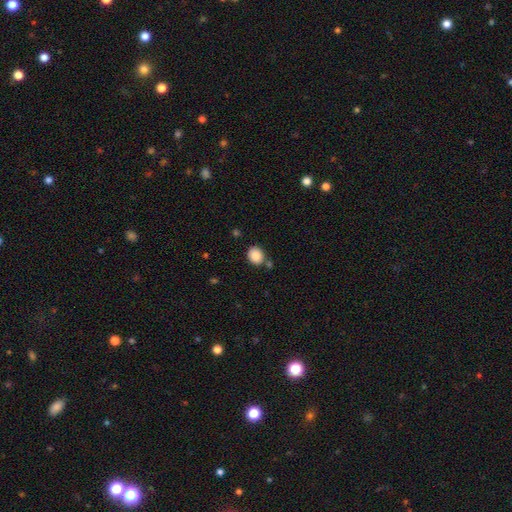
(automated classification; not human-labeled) Overall: smooth (87%). How rounded: round (62%; in between 37%). Merging: none (75%).